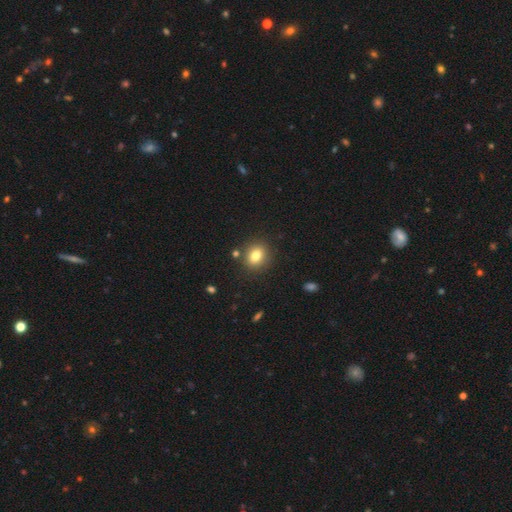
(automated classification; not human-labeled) A smooth galaxy with no disk features (80%) that is round (52%). Merging: none (84%).